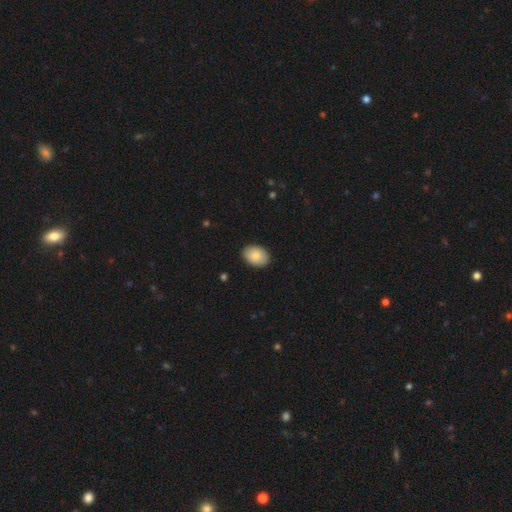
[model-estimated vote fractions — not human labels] A smooth galaxy with no disk features (86%) that is in between round and cigar-shaped (79%).

Vote fractions:
- Smooth or featured? smooth: 86% / featured or disk: 8% / star or artifact: 6%
- How rounded? in between: 79% / round: 20% / cigar-shaped: 1%
- Merging? none: 90% / minor disturbance: 8% / major disturbance: 2% / merger: 1%